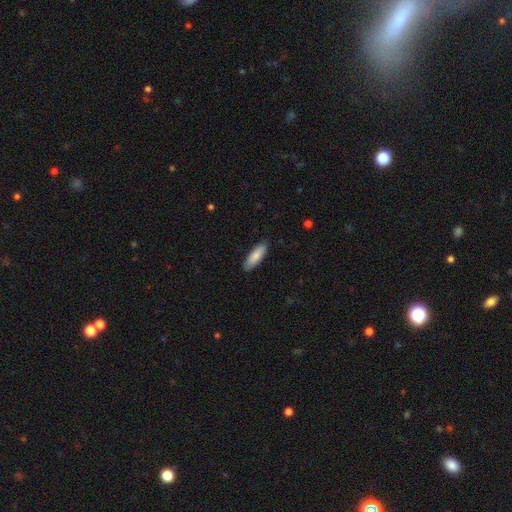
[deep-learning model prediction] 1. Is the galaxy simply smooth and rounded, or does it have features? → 85% smooth, 10% featured or disk, 5% star or artifact.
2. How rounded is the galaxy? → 50% in between, 48% cigar-shaped, 1% round.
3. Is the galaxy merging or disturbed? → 88% none, 9% minor disturbance, 2% major disturbance, 1% merger.